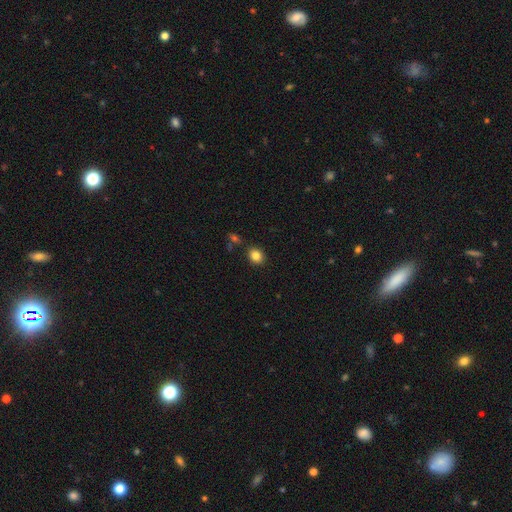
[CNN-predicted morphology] Smooth or featured?
  - smooth: 84% *
  - star or artifact: 11%
  - featured or disk: 6%
How rounded?
  - round: 65% *
  - in between: 34%
  - cigar-shaped: 1%
Merging?
  - none: 84% *
  - minor disturbance: 10%
  - merger: 4%
  - major disturbance: 2%